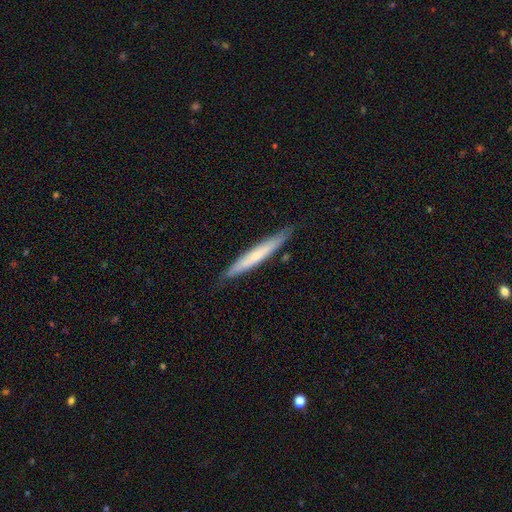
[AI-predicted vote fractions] smooth-or-featured: smooth: 53% | featured or disk: 42% | star or artifact: 6%
  how-rounded: cigar-shaped: 95% | in between: 3% | round: 1%
  merging: none: 86% | minor disturbance: 11% | major disturbance: 2% | merger: 1%